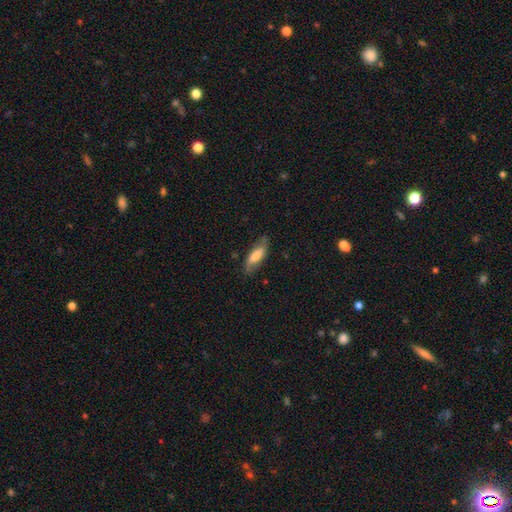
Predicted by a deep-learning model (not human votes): Q: Smooth or featured?
A: smooth (58%); runner-up: featured or disk (35%)
Q: How rounded?
A: in between (66%); runner-up: cigar-shaped (32%)
Q: Merging?
A: none (72%); runner-up: minor disturbance (21%)